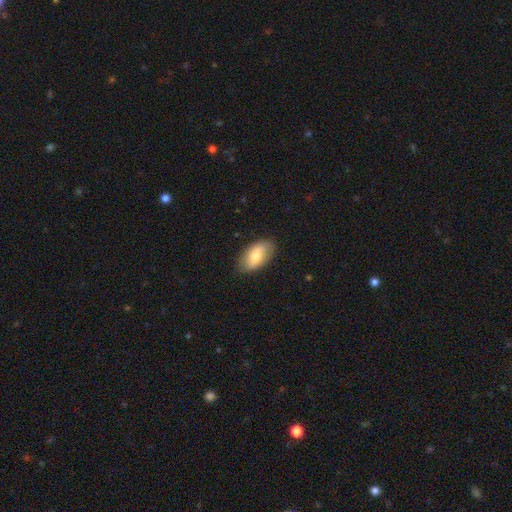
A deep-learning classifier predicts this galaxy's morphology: Smooth or featured? Predicted: smooth (p=0.71). How rounded? Predicted: in between (p=0.94). Merging? Predicted: none (p=0.83).